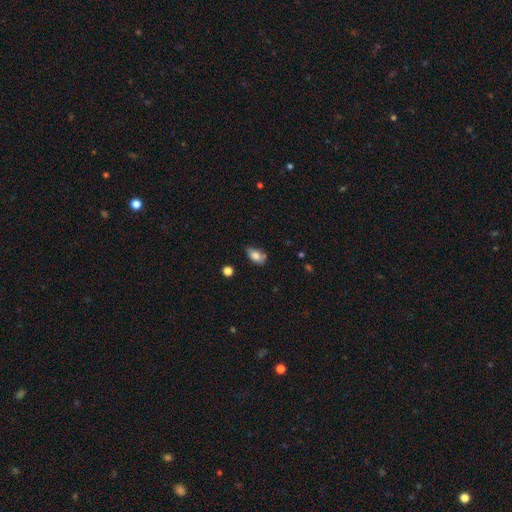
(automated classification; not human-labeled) Smooth or featured: smooth — 77% (featured or disk — 15%)
How rounded: in between — 89% (round — 7%)
Merging: none — 56% (minor disturbance — 31%)